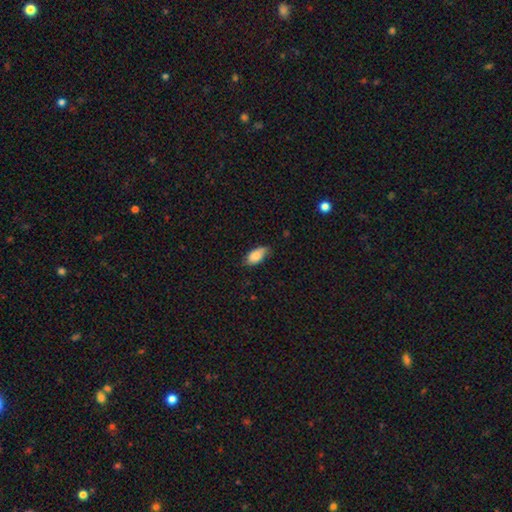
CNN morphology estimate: This is clearly a smooth galaxy (81%). How rounded: clearly in between (90%). Merging: likely none (66%).